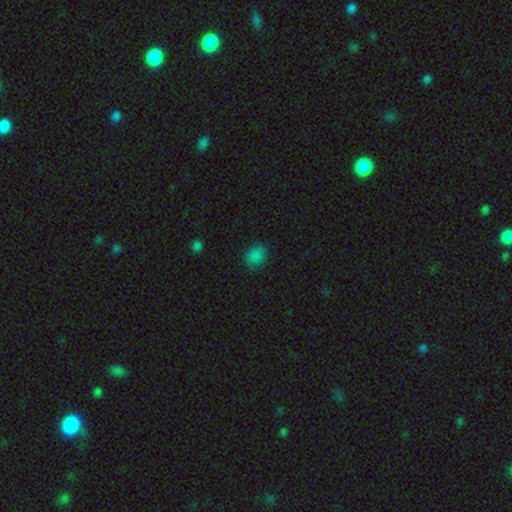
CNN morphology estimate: Overall: smooth (82%). How rounded: round (66%; in between 33%). Merging: none (85%).